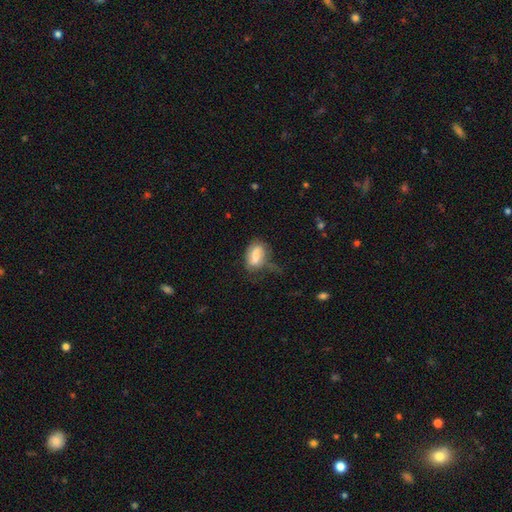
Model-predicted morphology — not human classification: Overall: smooth (63%; featured or disk 28%). How rounded: in between (82%). Merging: none (35%; minor disturbance 32%).